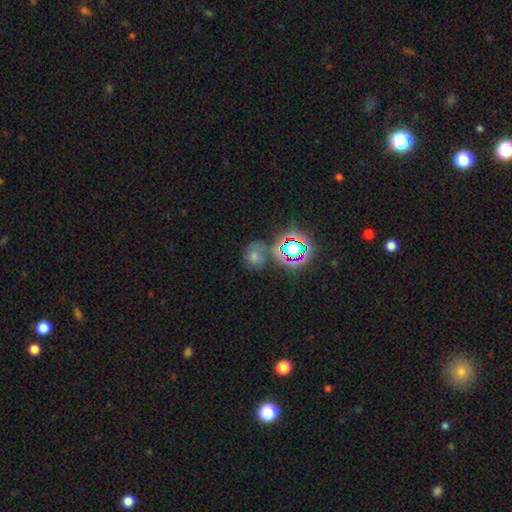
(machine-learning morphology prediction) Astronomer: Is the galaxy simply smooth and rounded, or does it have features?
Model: smooth — 56% (runner-up: star or artifact, 32%).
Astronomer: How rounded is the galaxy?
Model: round — 68%.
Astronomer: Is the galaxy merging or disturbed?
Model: none — 57%.